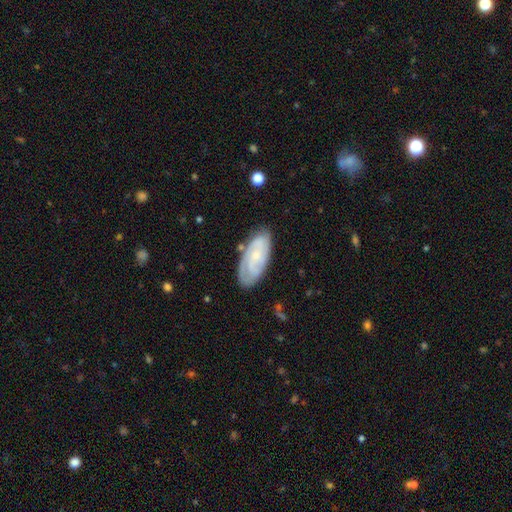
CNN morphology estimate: A featured or disk galaxy (70%) with no bar (67%), 2 (41%) tight (62%) spiral arms (92%) and a small central bulge (69%).

Vote fractions:
- Smooth or featured? featured or disk: 70% / smooth: 24% / star or artifact: 6%
- Edge-on disk? no: 94% / yes: 6%
- Bar? no: 67% / weak: 27% / strong: 6%
- Spiral arms? yes: 92% / no: 8%
- Spiral winding? tight: 62% / medium: 30% / loose: 8%
- Spiral arm count? 2: 41% / can't tell: 31% / 3: 15% / 1: 6% / 4: 4% / more than 4: 3%
- Bulge size? small: 69% / moderate: 16% / none: 12% / large: 2% / dominant: 1%
- Merging? none: 77% / minor disturbance: 17% / major disturbance: 4% / merger: 2%